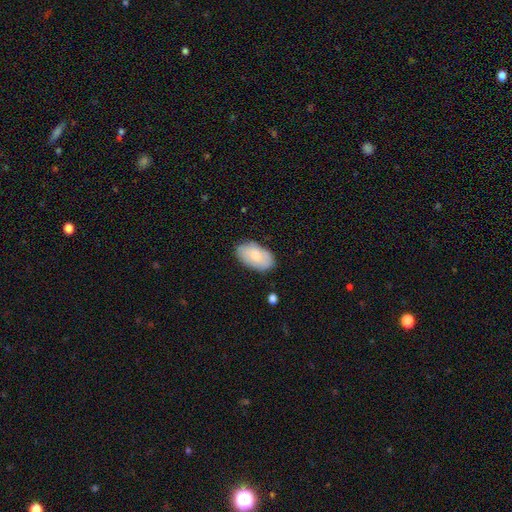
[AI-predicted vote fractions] A smooth galaxy with no disk features (74%) that is in between round and cigar-shaped (95%). Merging: none (81%).